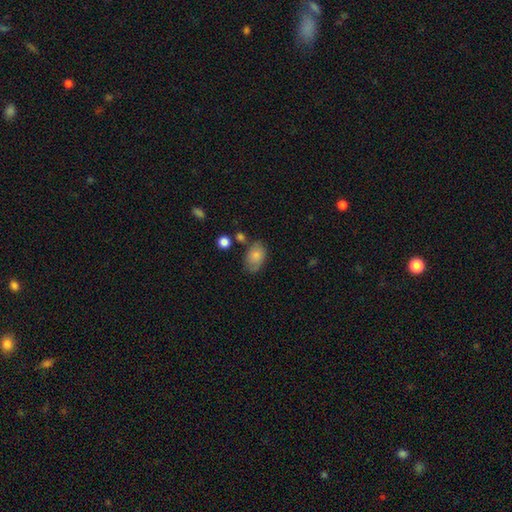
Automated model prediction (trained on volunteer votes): A smooth galaxy with no disk features (82%) that is in between round and cigar-shaped (86%). Merging: none (64%).